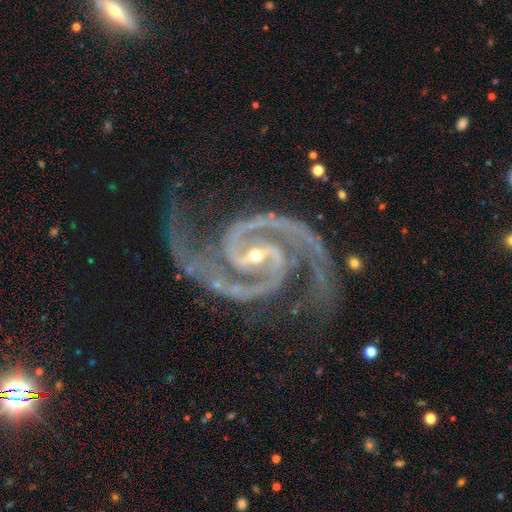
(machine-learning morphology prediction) type=featured or disk (94%); edge-on=no (98%); bar=weak (35%); spiral arms=yes (99%); winding=medium (62%); arm count=2 (93%); bulge=small (75%); merging=none (70%).